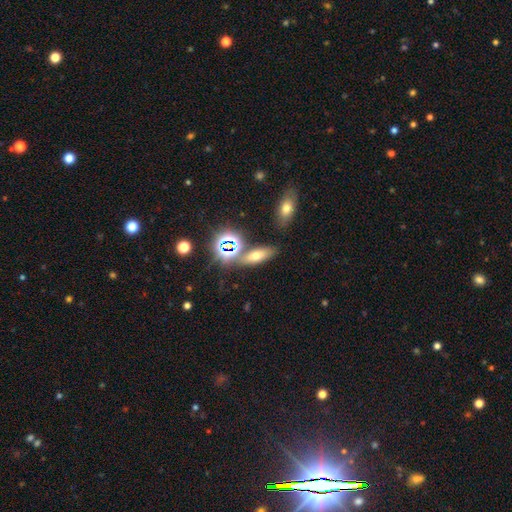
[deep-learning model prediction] This is possibly a smooth galaxy (54%). How rounded: likely in between (63%). Merging: likely none (73%).